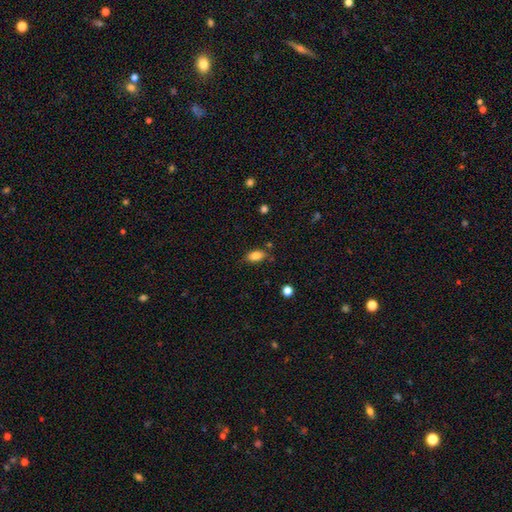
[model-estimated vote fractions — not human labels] Smooth or featured?
  - smooth: 84% *
  - star or artifact: 9%
  - featured or disk: 7%
How rounded?
  - in between: 89% *
  - round: 6%
  - cigar-shaped: 4%
Merging?
  - none: 78% *
  - minor disturbance: 15%
  - merger: 4%
  - major disturbance: 3%